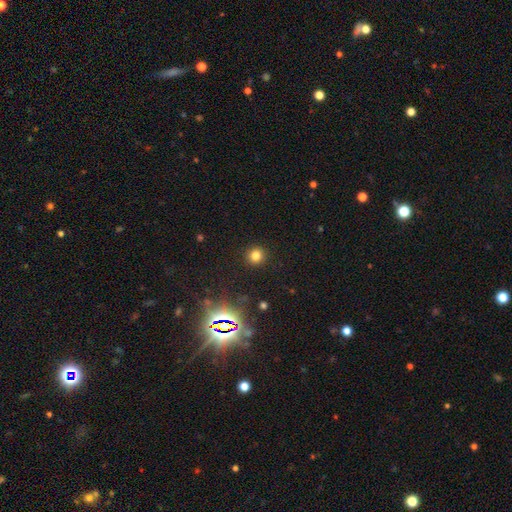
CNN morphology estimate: The model was most divided on "smooth or featured": smooth: 77%, star or artifact: 17%, featured or disk: 6%. More confident: how rounded — round (93%); merging — none (92%).